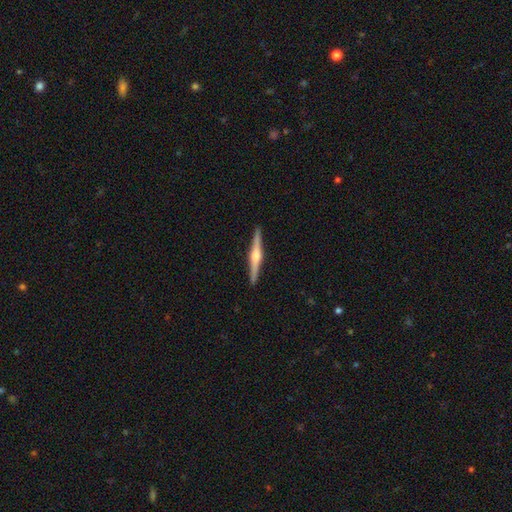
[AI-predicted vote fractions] A featured or disk galaxy (80%) viewed edge-on (99%) with a rounded central bulge (88%).

Vote fractions:
- Smooth or featured? featured or disk: 80% / smooth: 15% / star or artifact: 5%
- Edge-on disk? yes: 99% / no: 1%
- Edge-on bulge? rounded: 88% / boxy: 9% / none: 4%
- Merging? none: 92% / minor disturbance: 5% / major disturbance: 1% / merger: 1%